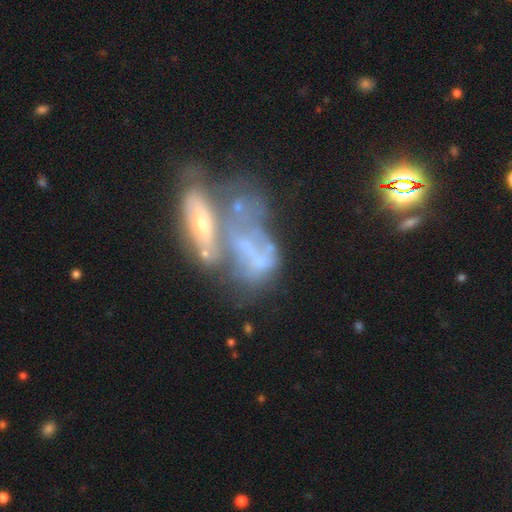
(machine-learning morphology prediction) smooth_or_featured: featured or disk (p=0.57) [alt: smooth p=0.28]
disk_edge_on: no (p=0.90) [alt: yes p=0.10]
bar: no (p=0.83) [alt: weak p=0.12]
has_spiral_arms: no (p=0.81) [alt: yes p=0.19]
bulge_size: small (p=0.36) [alt: none p=0.35]
merging: merger (p=0.60) [alt: major disturbance p=0.19]